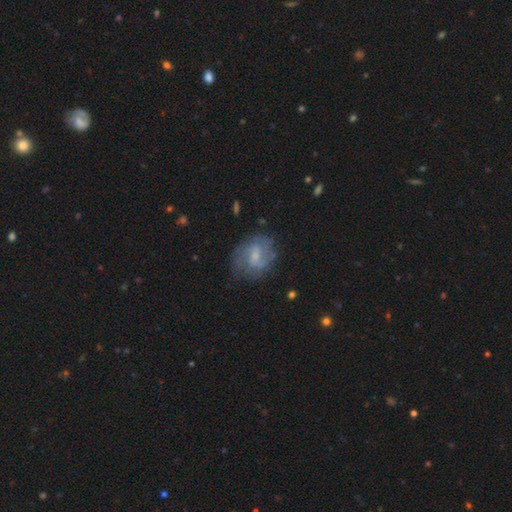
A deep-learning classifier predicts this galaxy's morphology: Smooth or featured? featured or disk (71%)
Edge-on disk? no (98%)
Bar? weak (58%)
Spiral arms? yes (88%)
Spiral winding? medium (47%)
Spiral arm count? 2 (60%)
Bulge size? small (46%)
Merging? none (69%)